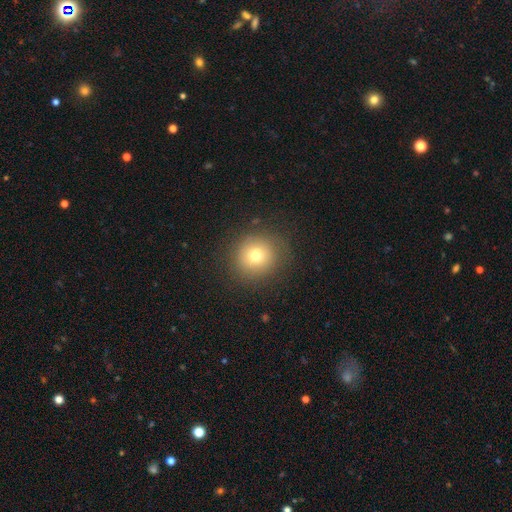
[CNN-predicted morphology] Smooth or featured? Predicted: smooth (p=0.72). How rounded? Predicted: round (p=0.91). Merging? Predicted: none (p=0.85).